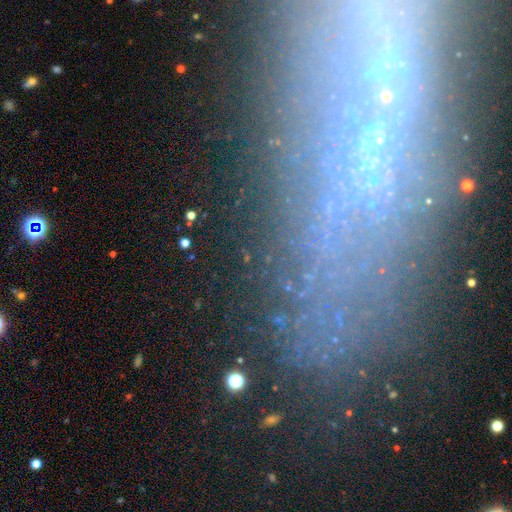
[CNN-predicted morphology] A star or artifact, not a galaxy (45%).

Vote fractions:
- Smooth or featured? star or artifact: 45% / featured or disk: 34% / smooth: 21%